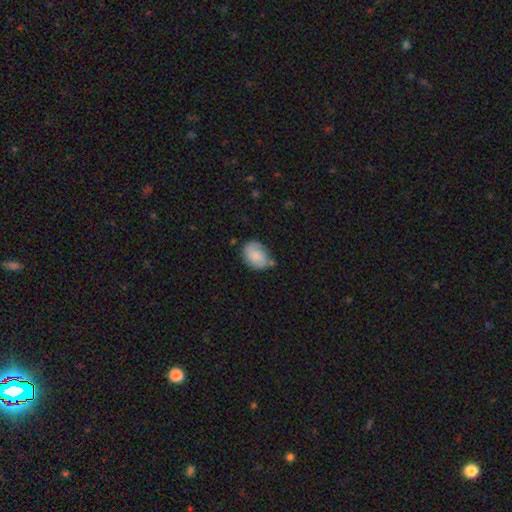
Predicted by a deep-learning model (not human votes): smooth_or_featured: smooth (p=0.76) [alt: featured or disk p=0.17]
how_rounded: in between (p=0.76) [alt: round p=0.23]
merging: none (p=0.61) [alt: minor disturbance p=0.26]